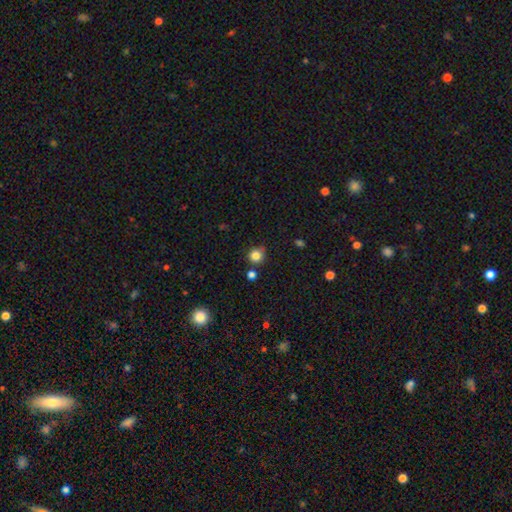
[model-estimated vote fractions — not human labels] A smooth galaxy with no disk features (83%) that is round (91%).

Vote fractions:
- Smooth or featured? smooth: 83% / star or artifact: 12% / featured or disk: 5%
- How rounded? round: 91% / in between: 8% / cigar-shaped: 1%
- Merging? none: 75% / minor disturbance: 15% / merger: 6% / major disturbance: 3%